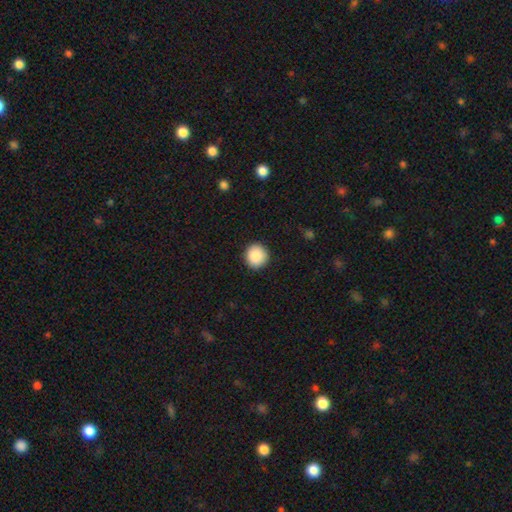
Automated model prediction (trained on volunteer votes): Q: Smooth or featured?
A: smooth (89%); runner-up: star or artifact (8%)
Q: How rounded?
A: round (92%); runner-up: in between (7%)
Q: Merging?
A: none (91%); runner-up: minor disturbance (6%)